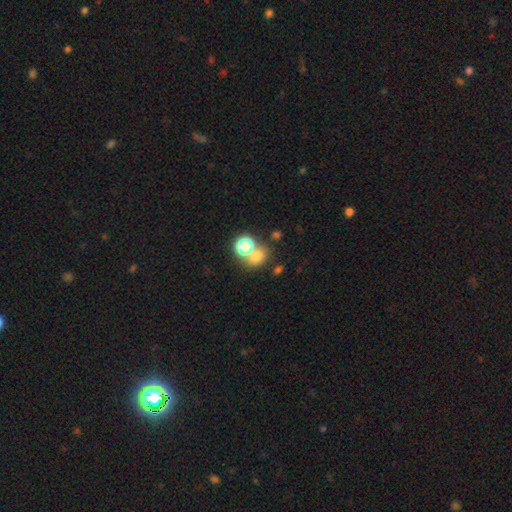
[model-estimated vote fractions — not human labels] Smooth or featured? Predicted: smooth (p=0.68). How rounded? Predicted: round (p=0.64). Merging? Predicted: none (p=0.48).